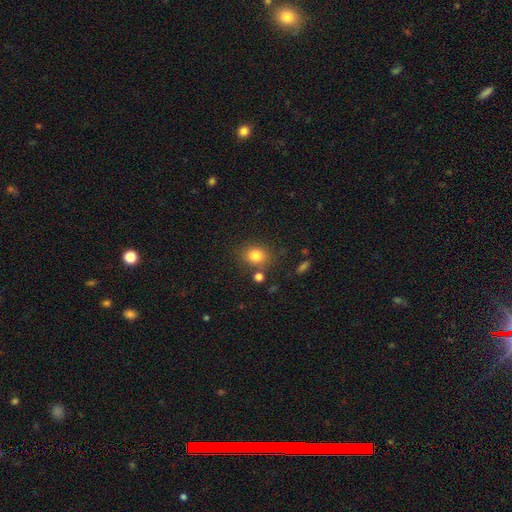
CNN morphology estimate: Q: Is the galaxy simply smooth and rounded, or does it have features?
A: smooth — 81%.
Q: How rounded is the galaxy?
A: round — 62%.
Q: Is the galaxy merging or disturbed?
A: none — 77%.